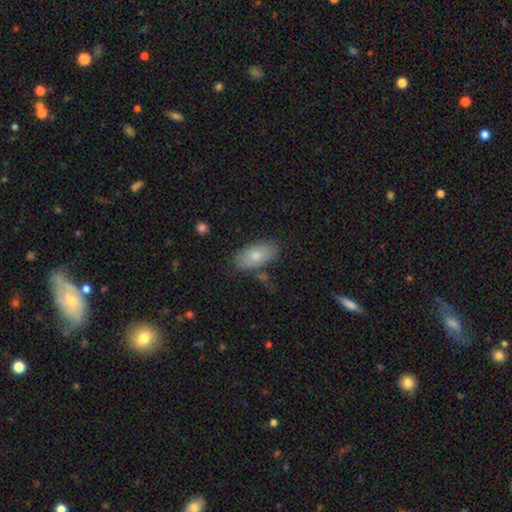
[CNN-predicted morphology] This is likely a smooth galaxy (76%). How rounded: clearly in between (93%). Merging: likely none (77%).